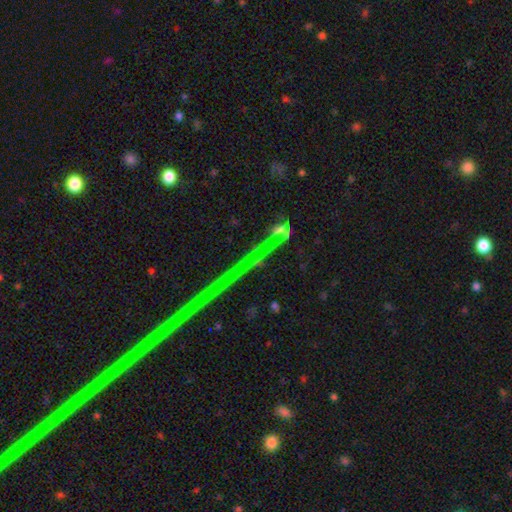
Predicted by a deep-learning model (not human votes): Smooth or featured? star or artifact (61%)